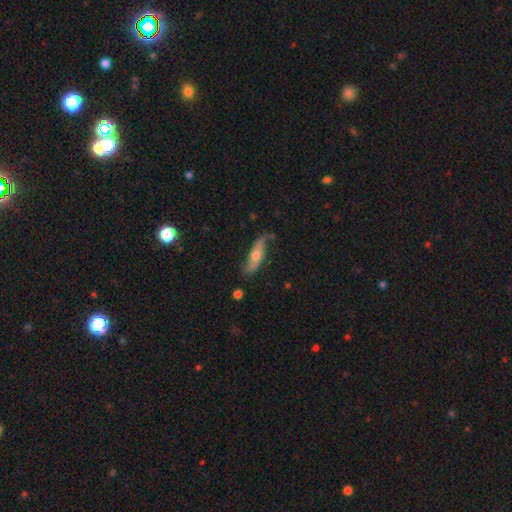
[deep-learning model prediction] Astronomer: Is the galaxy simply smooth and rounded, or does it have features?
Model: featured or disk — 47%, tied with smooth at 47%.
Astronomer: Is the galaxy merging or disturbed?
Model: none — 67%.